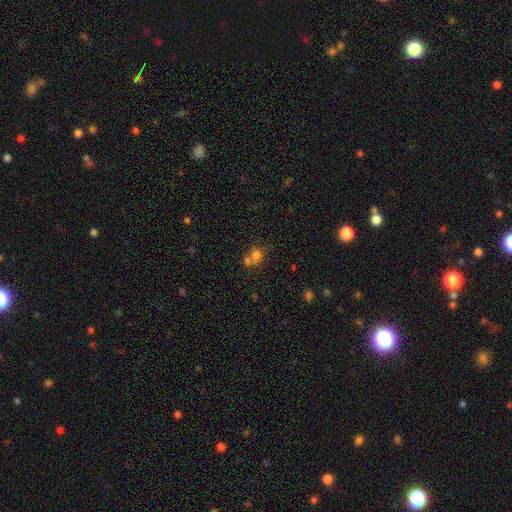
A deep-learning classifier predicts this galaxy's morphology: Smooth or featured?
  - smooth: 71% *
  - star or artifact: 17%
  - featured or disk: 12%
How rounded?
  - round: 71% *
  - in between: 28%
  - cigar-shaped: 1%
Merging?
  - merger: 46% *
  - none: 41%
  - minor disturbance: 9%
  - major disturbance: 4%